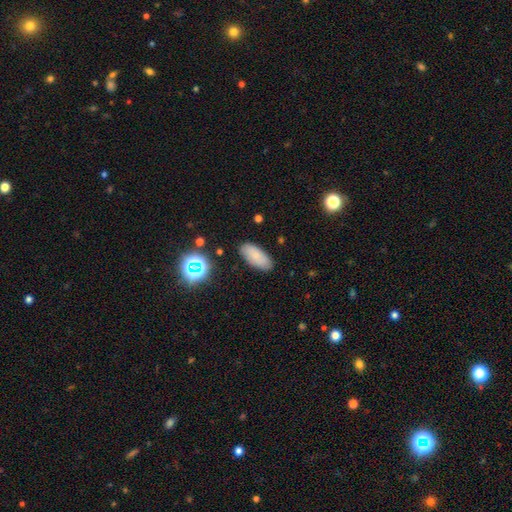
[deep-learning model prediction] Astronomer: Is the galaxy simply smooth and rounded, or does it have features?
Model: smooth — 78%.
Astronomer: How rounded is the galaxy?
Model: in between — 86%.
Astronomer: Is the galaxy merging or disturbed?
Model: none — 85%.